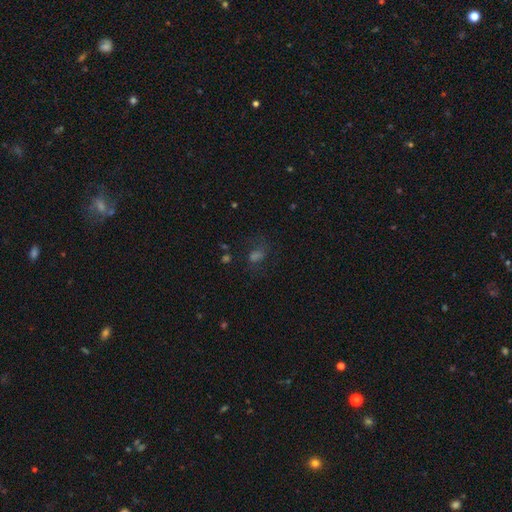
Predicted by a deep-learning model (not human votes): Smooth or featured? smooth (43%)
Merging? none (61%)